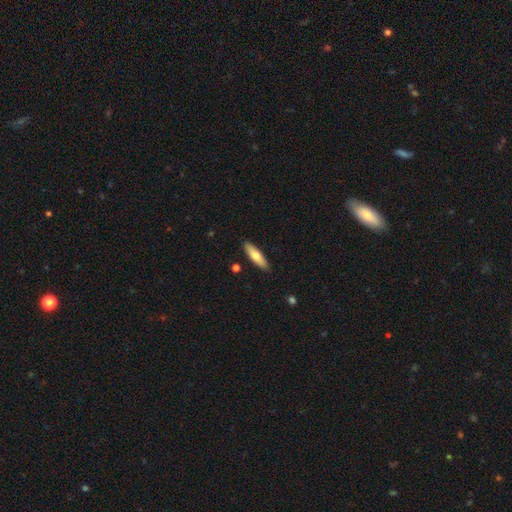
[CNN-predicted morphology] Q: Smooth or featured?
A: smooth (66%); runner-up: featured or disk (28%)
Q: How rounded?
A: cigar-shaped (64%); runner-up: in between (34%)
Q: Merging?
A: none (89%); runner-up: minor disturbance (8%)